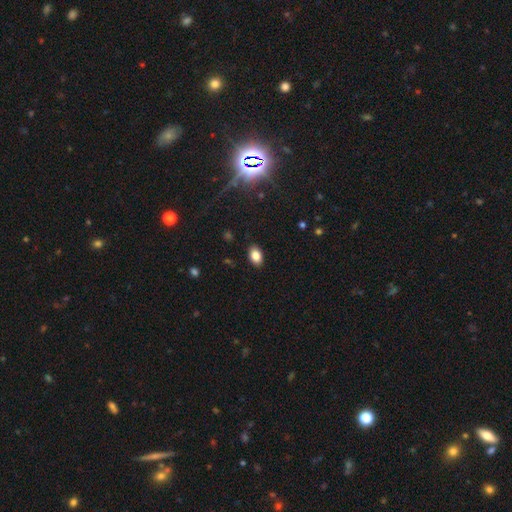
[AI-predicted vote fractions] This is clearly a smooth galaxy (84%). How rounded: clearly in between (86%). Merging: clearly none (88%).